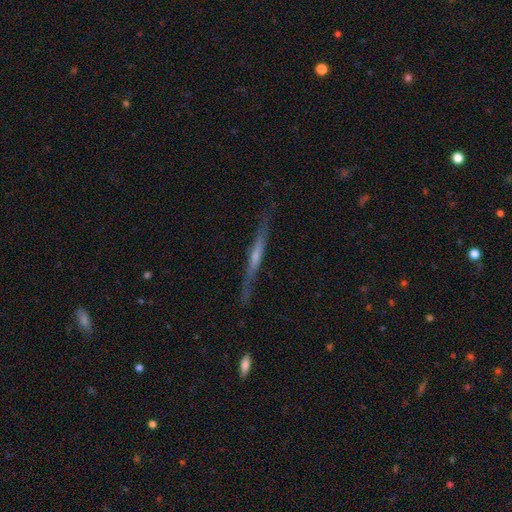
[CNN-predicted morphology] Smooth or featured?
  - featured or disk: 67% *
  - smooth: 26%
  - star or artifact: 7%
Edge-on disk?
  - yes: 95% *
  - no: 5%
Edge-on bulge?
  - none: 52% *
  - rounded: 37%
  - boxy: 11%
Merging?
  - none: 83% *
  - minor disturbance: 12%
  - major disturbance: 3%
  - merger: 2%